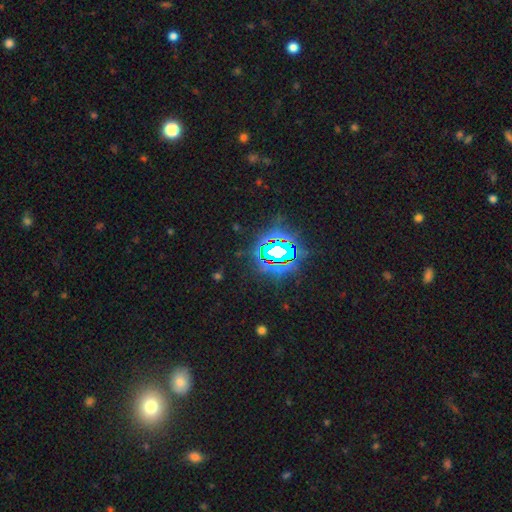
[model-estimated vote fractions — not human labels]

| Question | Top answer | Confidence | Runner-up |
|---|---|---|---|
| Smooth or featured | star or artifact | 82% | smooth (11%) |